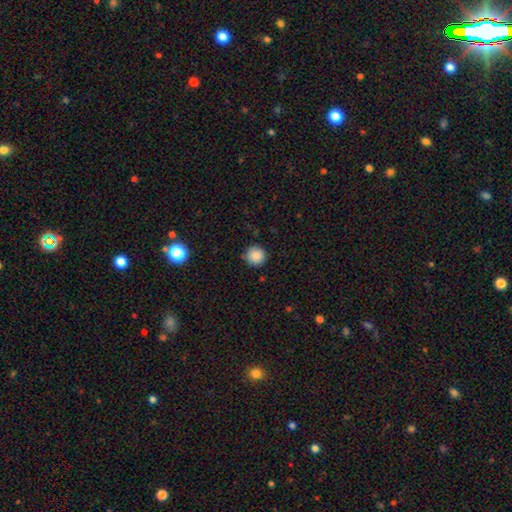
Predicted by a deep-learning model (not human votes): Smooth or featured? smooth (87%)
How rounded? round (95%)
Merging? none (88%)